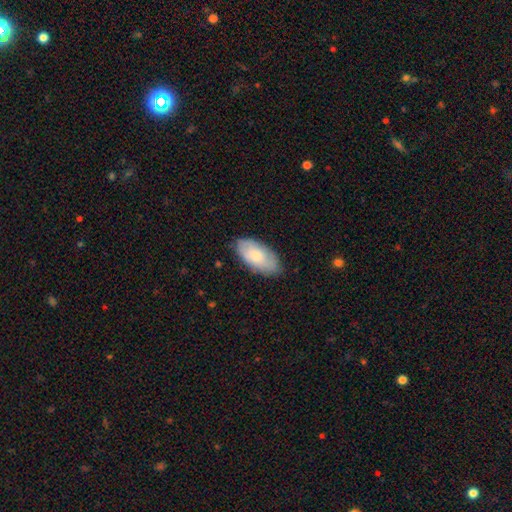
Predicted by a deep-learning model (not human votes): Smooth or featured? Predicted: smooth (p=0.70). How rounded? Predicted: in between (p=0.95). Merging? Predicted: none (p=0.80).